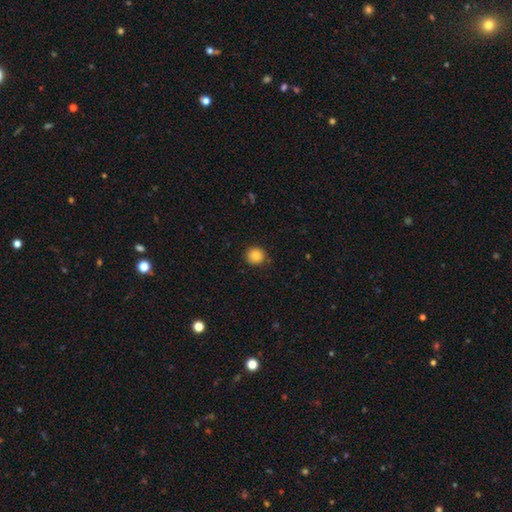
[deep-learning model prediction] Q: Smooth or featured?
A: smooth (85%); runner-up: star or artifact (10%)
Q: How rounded?
A: round (93%); runner-up: in between (6%)
Q: Merging?
A: none (90%); runner-up: minor disturbance (7%)